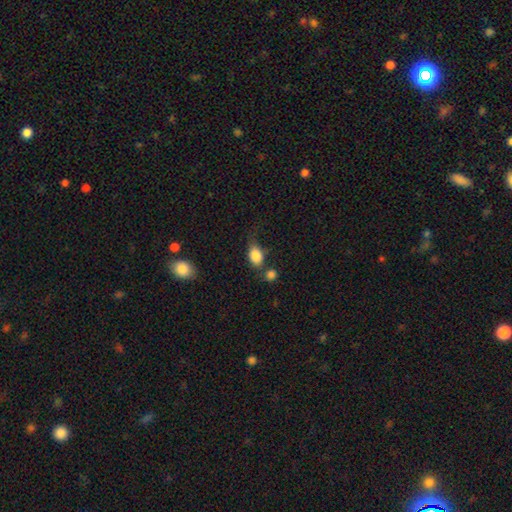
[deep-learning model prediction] smooth 84%, star or artifact 9%, featured or disk 7%. Down the decision tree: how rounded — in between (71%); merging — none (45%).